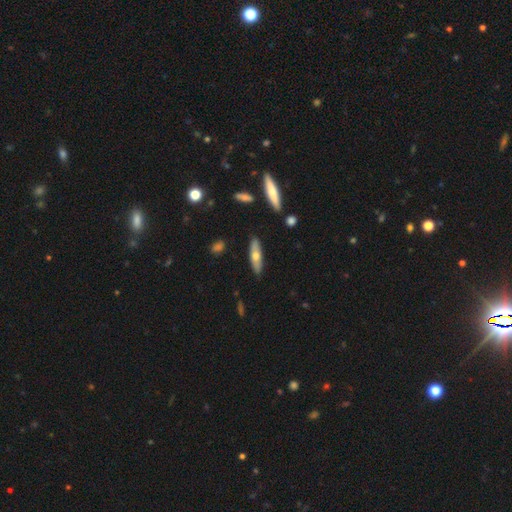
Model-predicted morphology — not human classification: Smooth or featured? Predicted: smooth (p=0.54). How rounded? Predicted: cigar-shaped (p=0.61). Merging? Predicted: none (p=0.86).